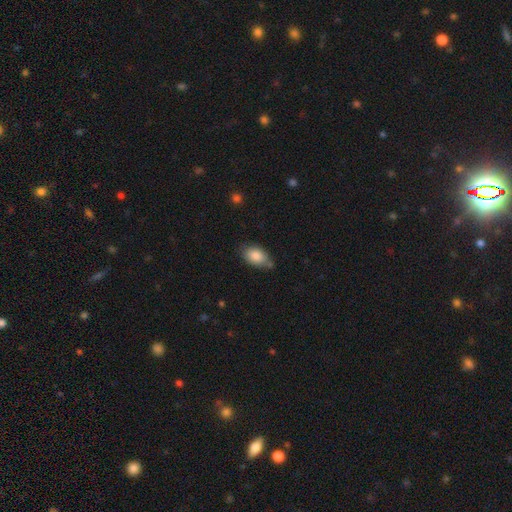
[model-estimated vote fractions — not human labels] The model was most divided on "merging": none: 67%, minor disturbance: 22%, merger: 7%, major disturbance: 4%. More confident: how rounded — in between (91%); smooth or featured — smooth (85%).